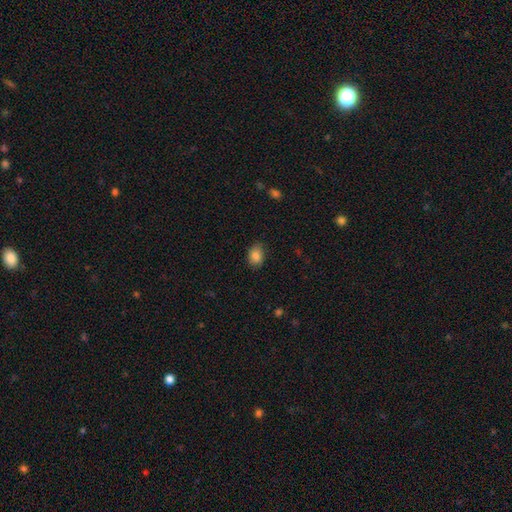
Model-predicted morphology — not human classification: Smooth or featured? smooth (85%)
How rounded? in between (76%)
Merging? none (78%)